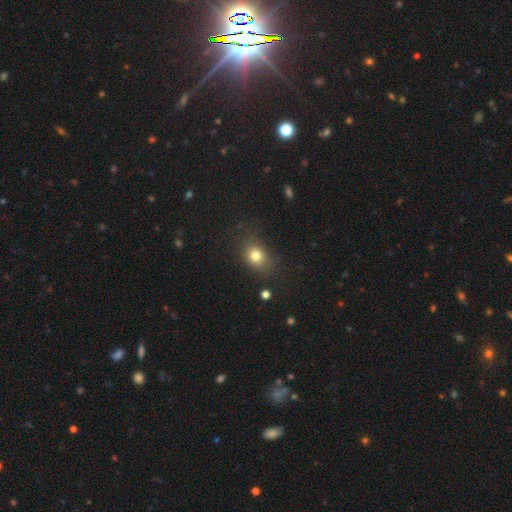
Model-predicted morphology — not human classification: Smooth or featured? Predicted: smooth (p=0.78). How rounded? Predicted: in between (p=0.51). Merging? Predicted: none (p=0.76).